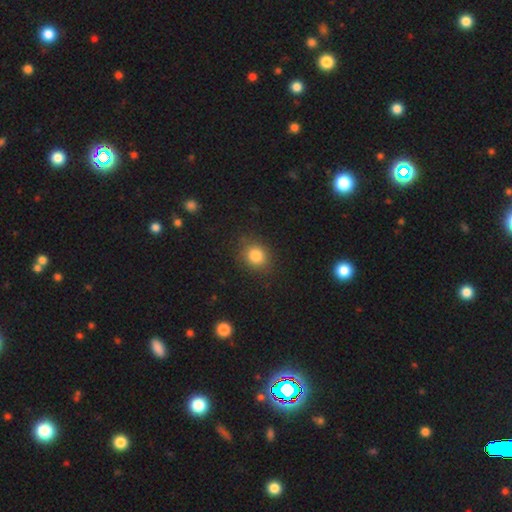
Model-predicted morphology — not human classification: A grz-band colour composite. It shows a smooth galaxy with no disk features (83%) that is round (68%). Merging: none (84%).